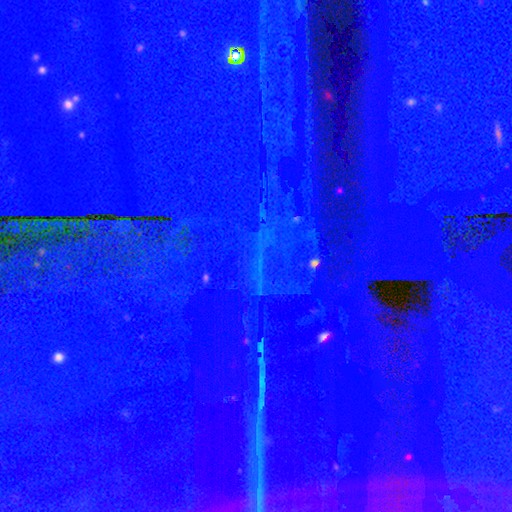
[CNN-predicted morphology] star or artifact 89%, featured or disk 6%, smooth 5%.